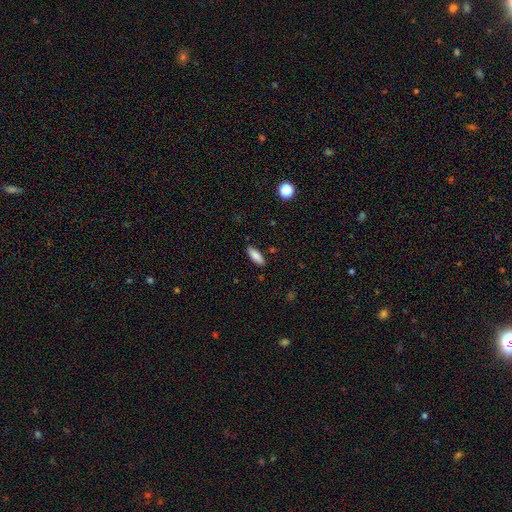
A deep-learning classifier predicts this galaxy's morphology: This appears to be a smooth galaxy with no disk features (86%) that is in between round and cigar-shaped (67%). Merging: none (86%).